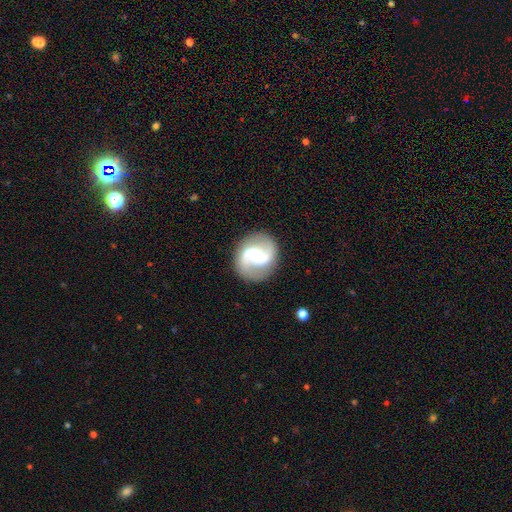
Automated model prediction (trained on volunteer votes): smooth-or-featured: featured or disk: 85% | smooth: 10% | star or artifact: 5%
  disk-edge-on: no: 98% | yes: 2%
    bar: weak: 42% | strong: 31% | no: 26%
    has-spiral-arms: yes: 95% | no: 5%
      spiral-winding: loose: 44% (tied) | medium: 44% (tied) | tight: 12%
      spiral-arm-count: 2: 93% | can't tell: 2% | 1: 2% | 3: 1% | 4: 1% | more than 4: 1%
    bulge-size: small: 48% | moderate: 44% | large: 5% | none: 2% | dominant: 1%
  merging: none: 86% | minor disturbance: 9% | major disturbance: 4% | merger: 1%